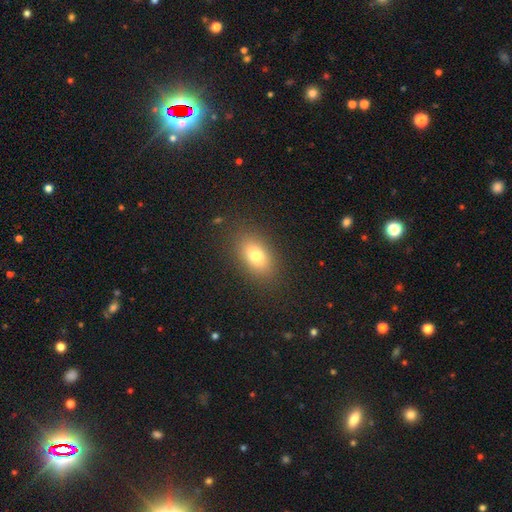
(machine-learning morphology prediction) smooth_or_featured: smooth (p=0.76) [alt: featured or disk p=0.13]
how_rounded: in between (p=0.86) [alt: round p=0.11]
merging: none (p=0.86) [alt: minor disturbance p=0.09]